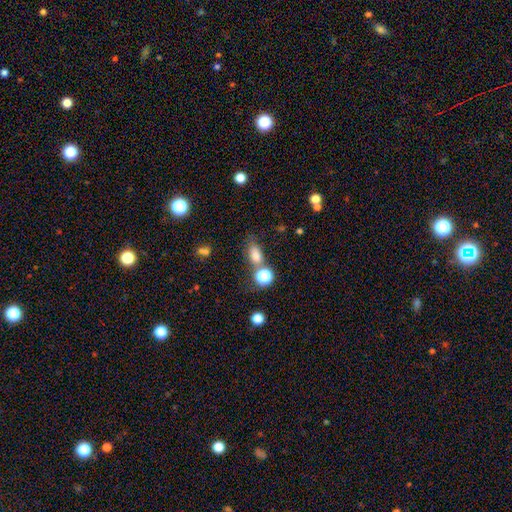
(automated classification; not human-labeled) Smooth or featured?
  - smooth: 75% *
  - star or artifact: 16%
  - featured or disk: 9%
How rounded?
  - in between: 74% *
  - round: 21%
  - cigar-shaped: 5%
Merging?
  - none: 53% *
  - merger: 22%
  - minor disturbance: 17%
  - major disturbance: 8%